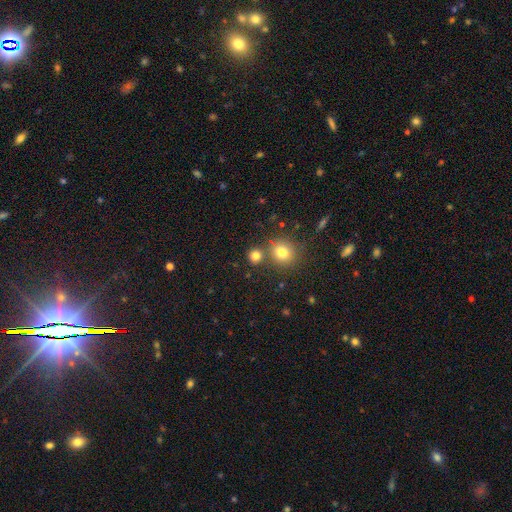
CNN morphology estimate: smooth_or_featured: smooth (p=0.79) [alt: star or artifact p=0.14]
how_rounded: round (p=0.88) [alt: in between p=0.11]
merging: none (p=0.73) [alt: merger p=0.17]